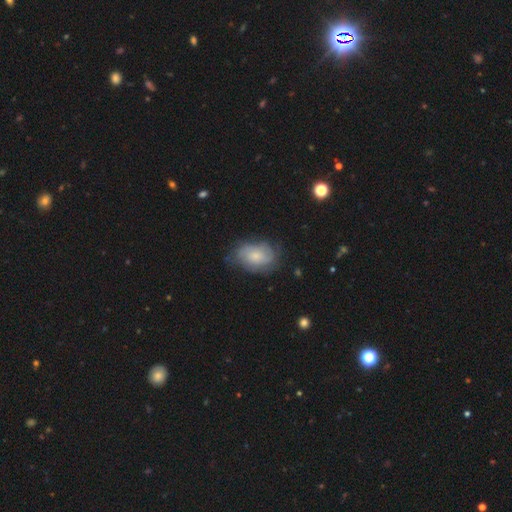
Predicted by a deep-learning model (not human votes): Smooth or featured? featured or disk (47%)
Merging? none (66%)